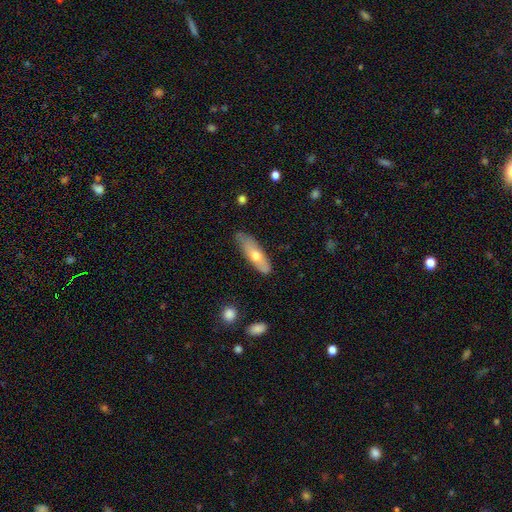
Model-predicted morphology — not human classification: This is possibly a smooth galaxy (57%). How rounded: possibly cigar-shaped (53%). Merging: likely none (68%).